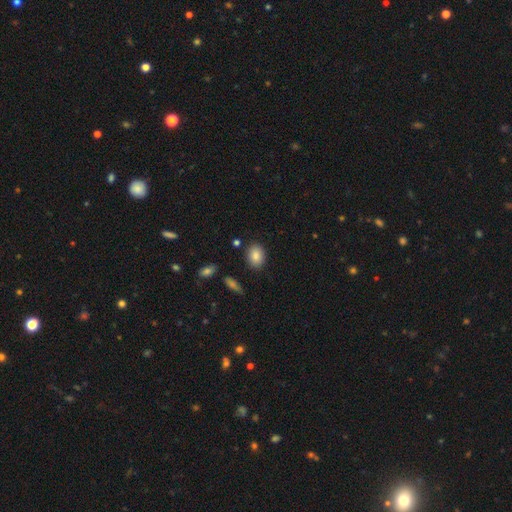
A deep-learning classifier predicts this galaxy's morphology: Smooth or featured: smooth — 85% (star or artifact — 8%)
How rounded: in between — 69% (round — 30%)
Merging: none — 86% (minor disturbance — 9%)